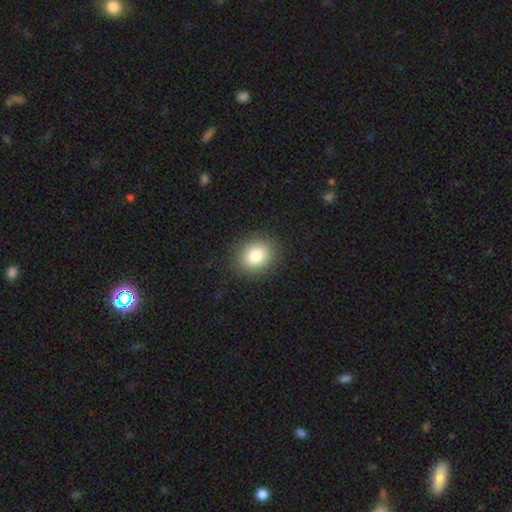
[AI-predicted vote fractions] smooth-or-featured: smooth: 82% | star or artifact: 10% | featured or disk: 7%
  how-rounded: round: 65% | in between: 34% | cigar-shaped: 1%
  merging: none: 89% | minor disturbance: 8% | major disturbance: 3% | merger: 1%